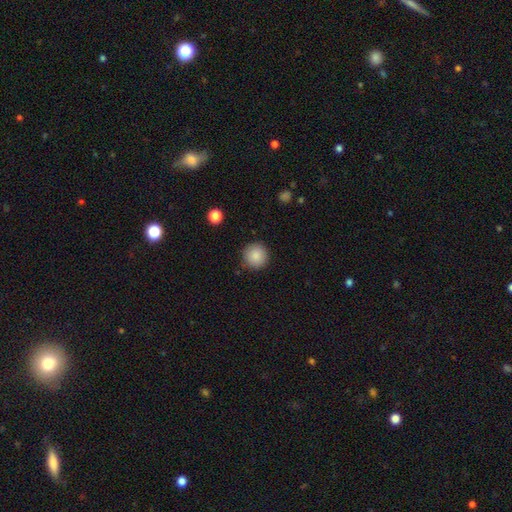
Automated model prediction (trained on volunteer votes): Smooth or featured: smooth — 88% (star or artifact — 8%)
How rounded: round — 95% (in between — 4%)
Merging: none — 90% (minor disturbance — 7%)